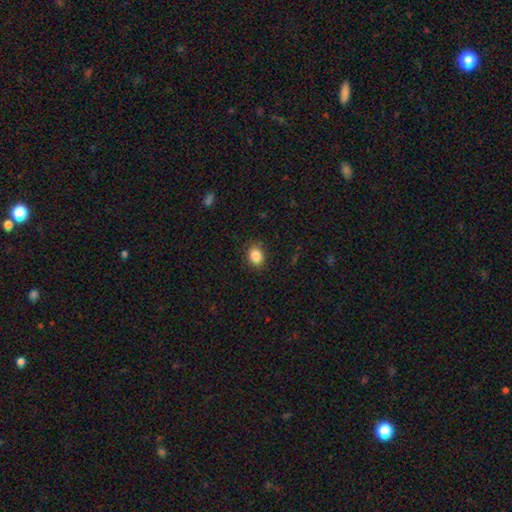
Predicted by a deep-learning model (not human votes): Smooth or featured? smooth (86%)
How rounded? in between (50%)
Merging? none (87%)